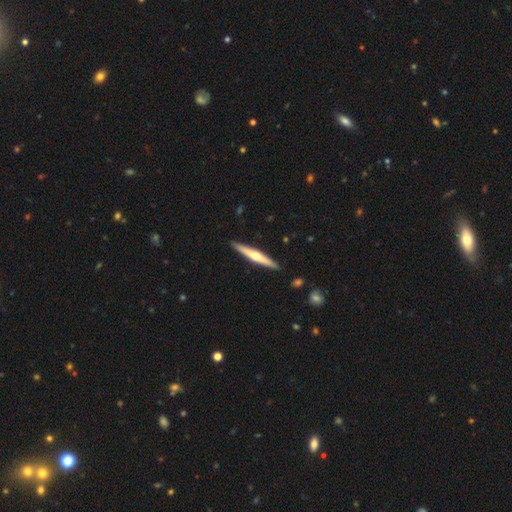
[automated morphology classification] A featured or disk galaxy (63%) viewed edge-on (97%) with a rounded central bulge (88%).

Vote fractions:
- Smooth or featured? featured or disk: 63% / smooth: 32% / star or artifact: 5%
- Edge-on disk? yes: 97% / no: 3%
- Edge-on bulge? rounded: 88% / none: 9% / boxy: 3%
- Merging? none: 91% / minor disturbance: 7% / major disturbance: 1% / merger: 1%